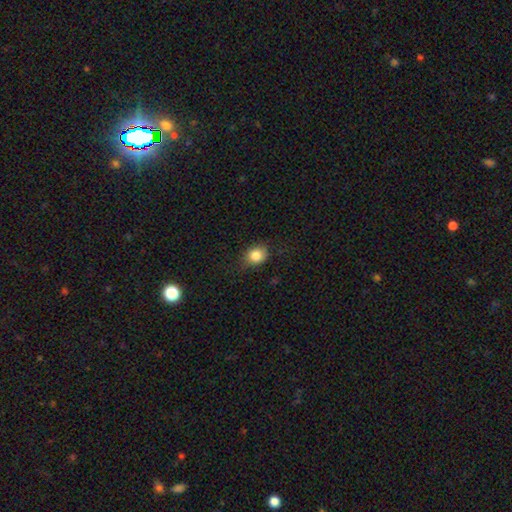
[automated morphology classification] Smooth or featured?
  - smooth: 83% *
  - star or artifact: 10%
  - featured or disk: 7%
How rounded?
  - round: 58% *
  - in between: 41%
  - cigar-shaped: 1%
Merging?
  - none: 74% *
  - minor disturbance: 19%
  - major disturbance: 5%
  - merger: 1%